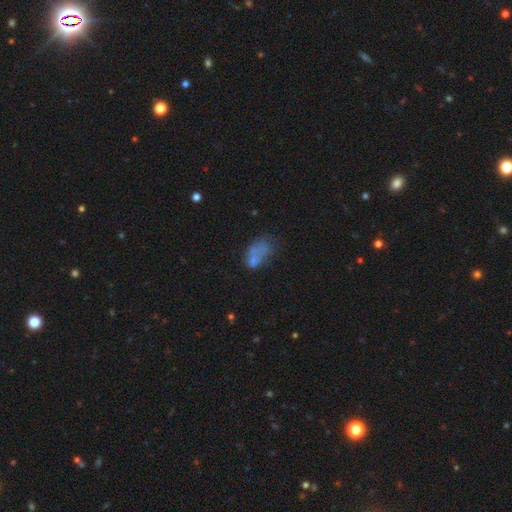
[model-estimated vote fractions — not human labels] This appears to be a smooth galaxy with no disk features (55%) that is in between round and cigar-shaped (85%). Merging: none (29%, tied with major disturbance).